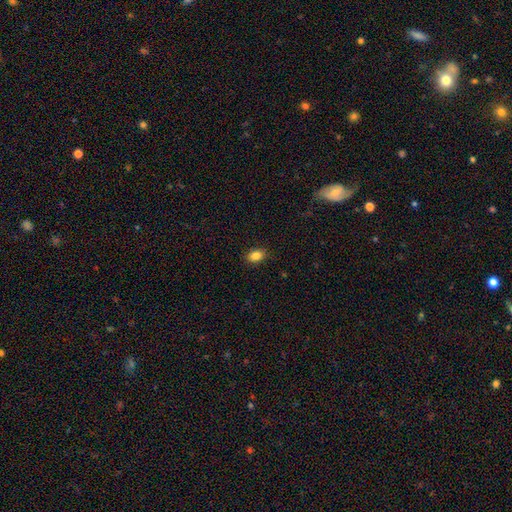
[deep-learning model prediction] Smooth or featured?
  - smooth: 85% *
  - star or artifact: 9%
  - featured or disk: 6%
How rounded?
  - in between: 78% *
  - round: 20%
  - cigar-shaped: 1%
Merging?
  - none: 88% *
  - minor disturbance: 9%
  - major disturbance: 2%
  - merger: 1%